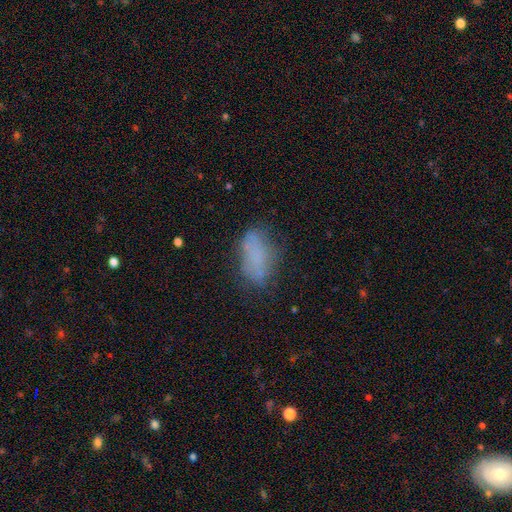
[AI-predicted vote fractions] Smooth or featured? Predicted: smooth (p=0.68). How rounded? Predicted: in between (p=0.90). Merging? Predicted: none (p=0.60).